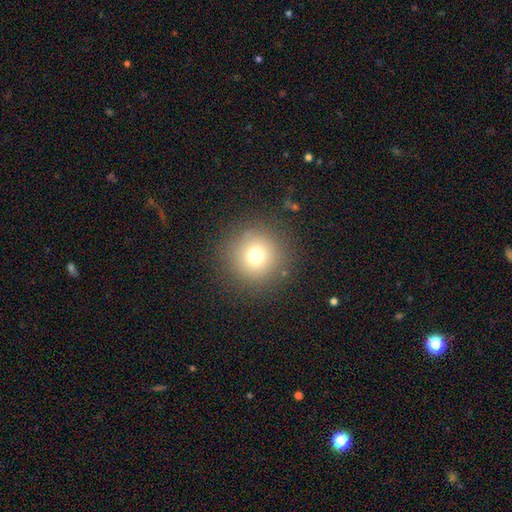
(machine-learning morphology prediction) This appears to be a smooth galaxy with no disk features (72%) that is round (96%). Merging: none (88%).